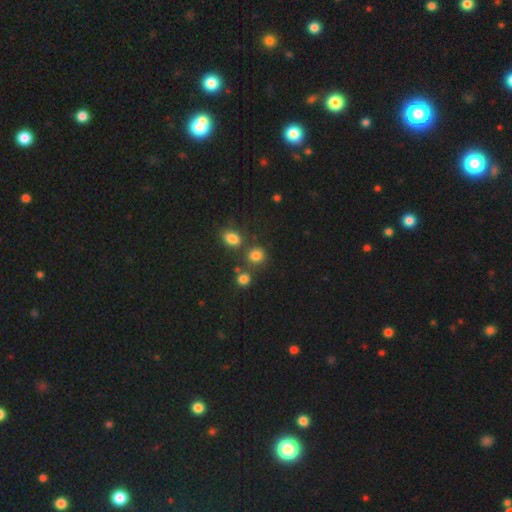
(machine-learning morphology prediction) Smooth or featured?
  - smooth: 79% *
  - star or artifact: 15%
  - featured or disk: 6%
How rounded?
  - round: 76% *
  - in between: 23%
  - cigar-shaped: 1%
Merging?
  - none: 67% *
  - merger: 17%
  - minor disturbance: 11%
  - major disturbance: 4%